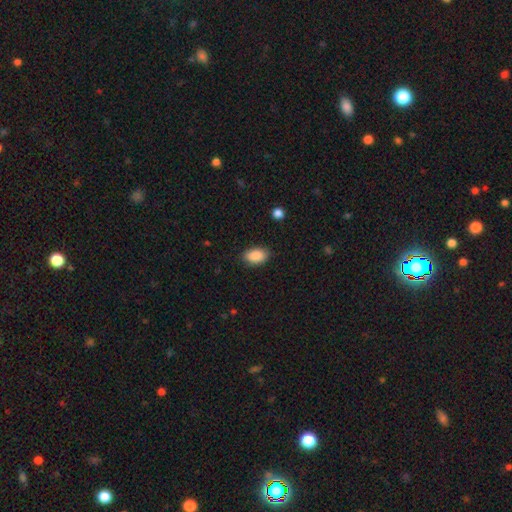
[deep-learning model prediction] smooth-or-featured: smooth: 89% | star or artifact: 7% | featured or disk: 4%
  how-rounded: in between: 91% | round: 8% | cigar-shaped: 2%
  merging: none: 85% | minor disturbance: 12% | major disturbance: 3% | merger: 1%